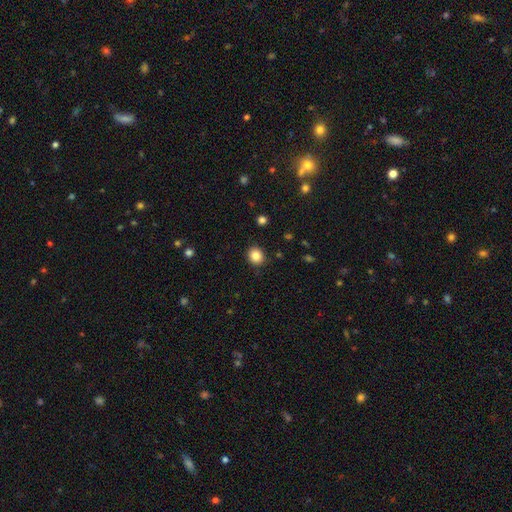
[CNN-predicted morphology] This appears to be a smooth galaxy with no disk features (84%) that is round (79%). Merging: none (90%).